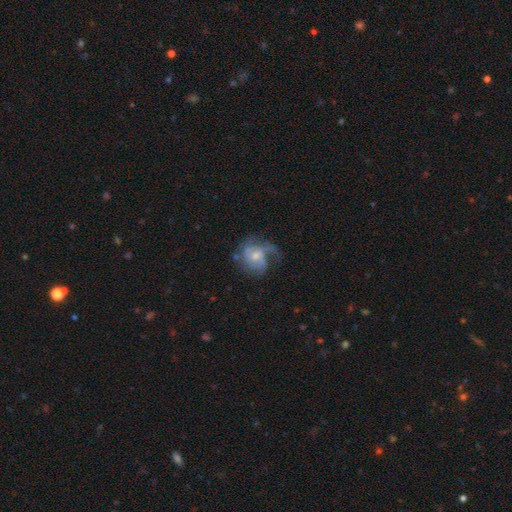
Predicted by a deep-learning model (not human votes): This appears to be a featured or disk galaxy (69%) with no bar (54%), 1 (31%) medium (42%) spiral arms (82%) and a moderate central bulge (47%). Merging: major disturbance (40%).